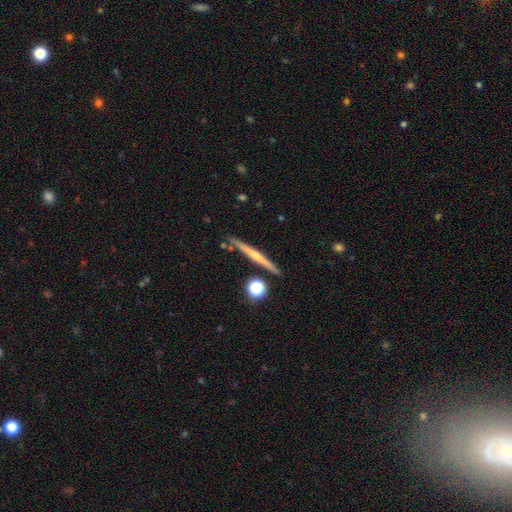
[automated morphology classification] Overall: featured or disk (60%; smooth 33%). Edge-on disk: yes (97%). Edge-on bulge: rounded (52%; none 41%). Merging: none (87%).